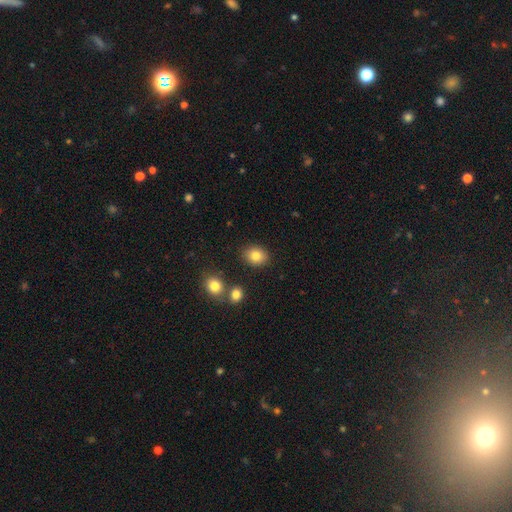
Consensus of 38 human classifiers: Smooth or featured? 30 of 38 (79%) said smooth. How rounded? 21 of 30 (70%) said round. Merging? 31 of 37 (84%) said none.